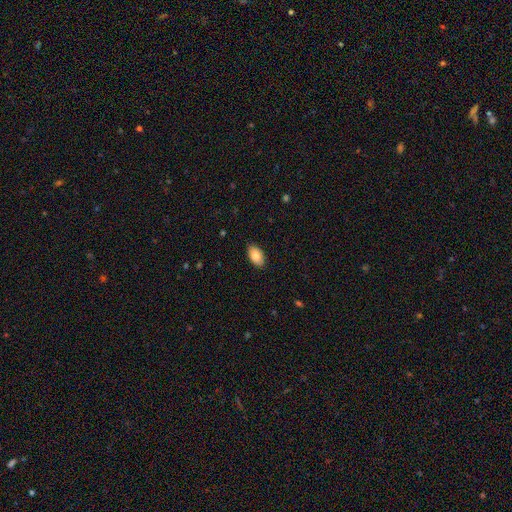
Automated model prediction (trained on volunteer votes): Q: Smooth or featured?
A: smooth (84%); runner-up: featured or disk (9%)
Q: How rounded?
A: in between (94%); runner-up: round (5%)
Q: Merging?
A: none (88%); runner-up: minor disturbance (9%)